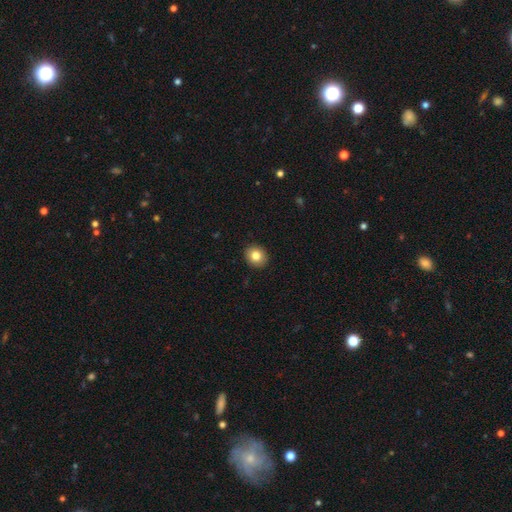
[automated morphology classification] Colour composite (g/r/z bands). It shows a smooth galaxy with no disk features (82%) that is round (70%). Merging: none (91%).